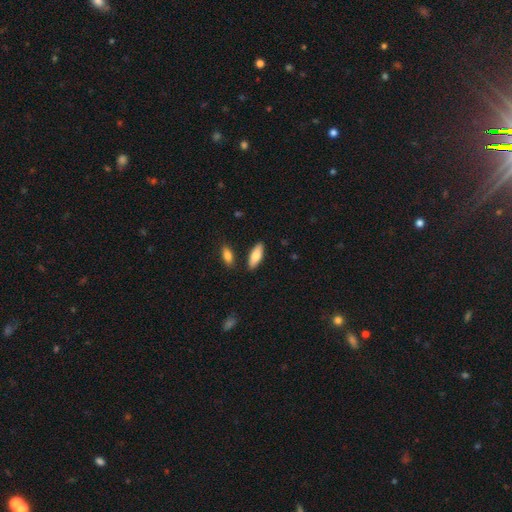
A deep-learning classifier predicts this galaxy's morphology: This is likely a smooth galaxy (76%). How rounded: likely in between (67%). Merging: clearly none (83%).